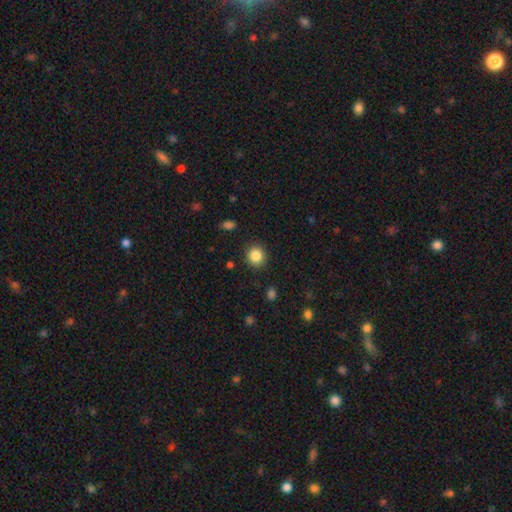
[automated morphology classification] smooth-or-featured: smooth: 86% | star or artifact: 10% | featured or disk: 4%
  how-rounded: round: 88% | in between: 11% | cigar-shaped: 1%
  merging: none: 90% | minor disturbance: 6% | major disturbance: 2% | merger: 1%